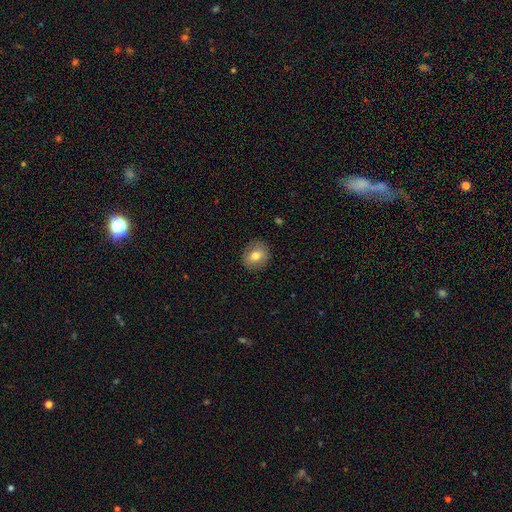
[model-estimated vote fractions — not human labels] A smooth galaxy with no disk features (72%) that is round (77%). Merging: none (87%).